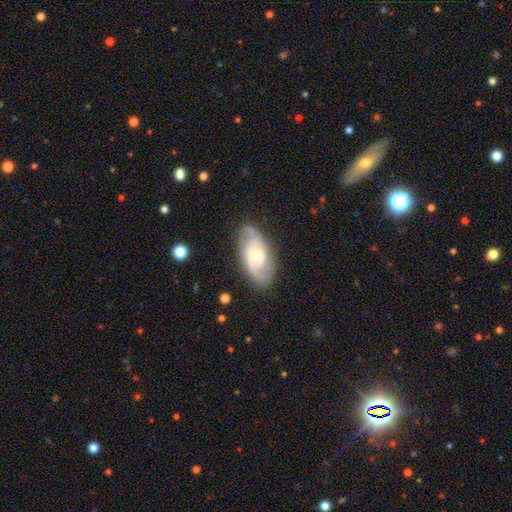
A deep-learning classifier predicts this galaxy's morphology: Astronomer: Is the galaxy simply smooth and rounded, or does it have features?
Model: featured or disk — 79%.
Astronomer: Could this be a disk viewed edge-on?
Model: no — 94%.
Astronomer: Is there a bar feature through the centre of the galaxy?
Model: no — 65%.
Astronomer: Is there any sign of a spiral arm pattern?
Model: yes — 90%.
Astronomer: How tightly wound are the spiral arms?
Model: medium — 44% (runner-up: tight, 41%).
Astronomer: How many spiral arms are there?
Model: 2 — 74%.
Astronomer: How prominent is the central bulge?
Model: small — 50% (runner-up: moderate, 45%).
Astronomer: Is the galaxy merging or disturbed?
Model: none — 78%.